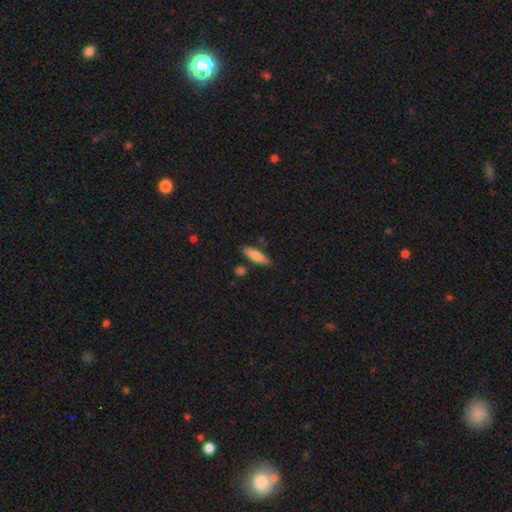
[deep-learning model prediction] Q: Smooth or featured?
A: smooth (76%); runner-up: featured or disk (18%)
Q: How rounded?
A: cigar-shaped (55%); runner-up: in between (43%)
Q: Merging?
A: none (82%); runner-up: minor disturbance (12%)